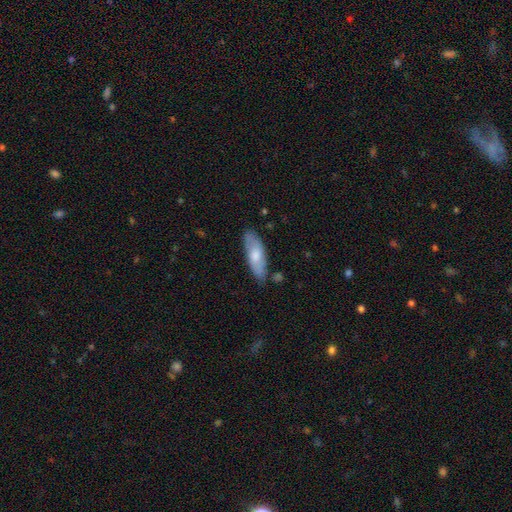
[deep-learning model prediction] smooth-or-featured: smooth: 68% | featured or disk: 26% | star or artifact: 6%
  how-rounded: in between: 64% | cigar-shaped: 34% | round: 2%
  merging: none: 76% | minor disturbance: 18% | major disturbance: 3% | merger: 3%